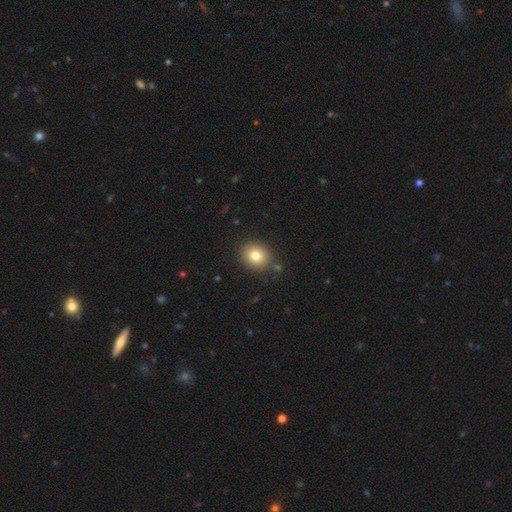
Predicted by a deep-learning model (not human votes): smooth-or-featured: smooth: 81% | star or artifact: 11% | featured or disk: 9%
  how-rounded: round: 71% | in between: 28% | cigar-shaped: 1%
  merging: none: 86% | minor disturbance: 9% | merger: 3% | major disturbance: 3%